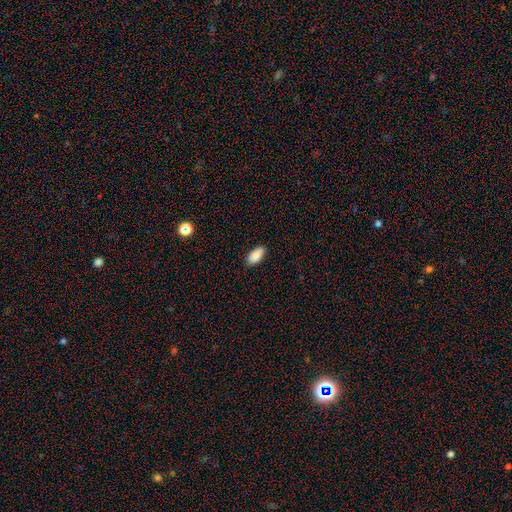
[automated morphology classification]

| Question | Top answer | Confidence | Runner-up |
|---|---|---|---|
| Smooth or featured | smooth | 89% | star or artifact (7%) |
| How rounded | in between | 92% | cigar-shaped (5%) |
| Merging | none | 86% | minor disturbance (11%) |